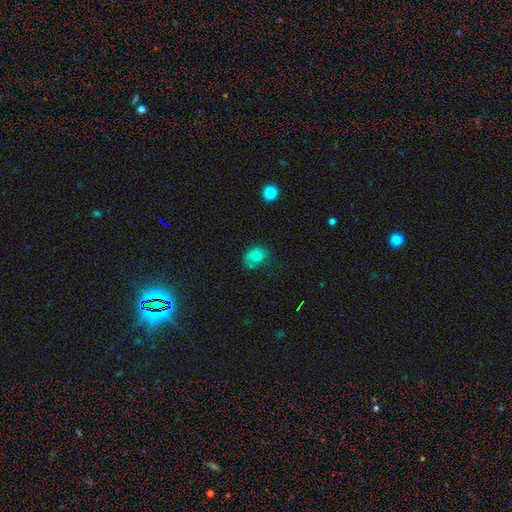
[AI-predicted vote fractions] This appears to be a smooth galaxy with no disk features (75%) that is in between round and cigar-shaped (61%). Merging: none (43%).